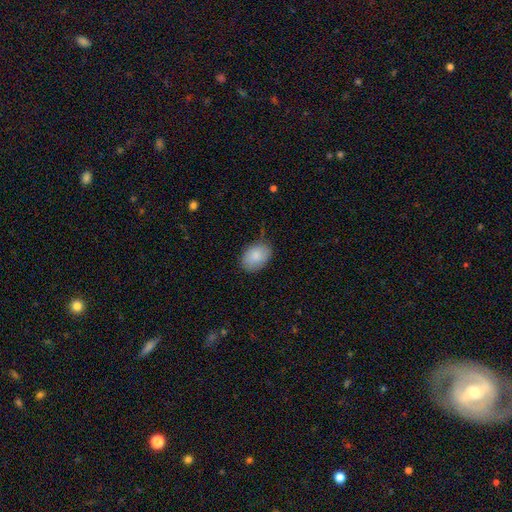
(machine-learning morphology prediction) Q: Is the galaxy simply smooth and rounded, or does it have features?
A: smooth — 85%.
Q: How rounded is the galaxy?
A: in between — 79%.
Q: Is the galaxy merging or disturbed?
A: none — 71%.